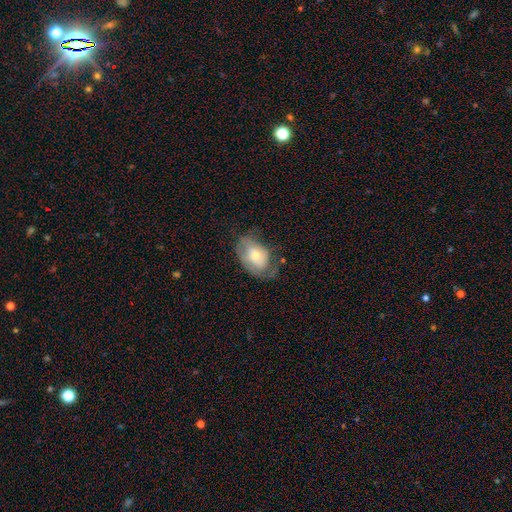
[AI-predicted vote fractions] Smooth or featured? Predicted: smooth (p=0.50). How rounded? Predicted: in between (p=0.83). Merging? Predicted: none (p=0.42).